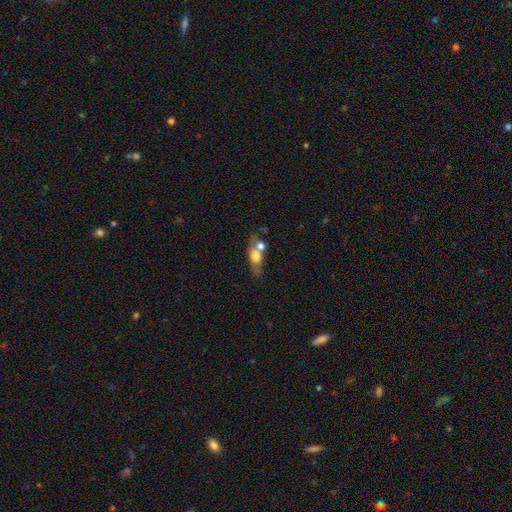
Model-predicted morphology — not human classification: A smooth galaxy with no disk features (58%) that is in between round and cigar-shaped (57%).

Vote fractions:
- Smooth or featured? smooth: 58% / featured or disk: 34% / star or artifact: 8%
- How rounded? in between: 57% / cigar-shaped: 22% / round: 21%
- Merging? merger: 40% (tied) / none: 40% (tied) / minor disturbance: 13% / major disturbance: 6%